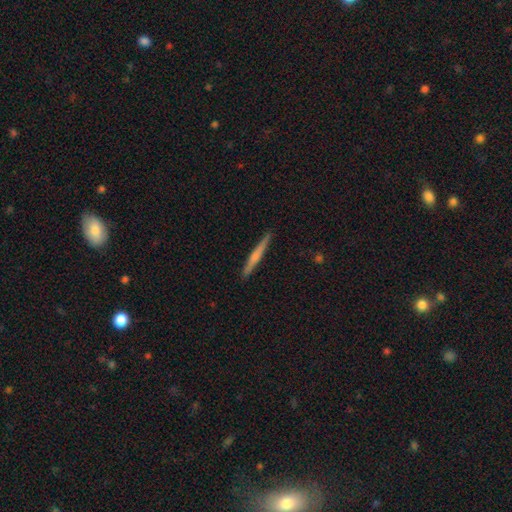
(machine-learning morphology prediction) smooth-or-featured: smooth: 49% | featured or disk: 45% | star or artifact: 6%
  merging: none: 91% | minor disturbance: 6% | major disturbance: 1% | merger: 1%